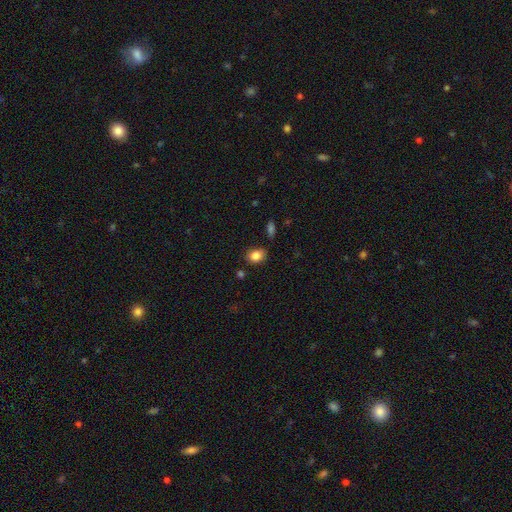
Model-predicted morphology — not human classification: Q: Smooth or featured?
A: smooth (85%); runner-up: star or artifact (9%)
Q: How rounded?
A: in between (65%); runner-up: round (33%)
Q: Merging?
A: none (77%); runner-up: minor disturbance (17%)